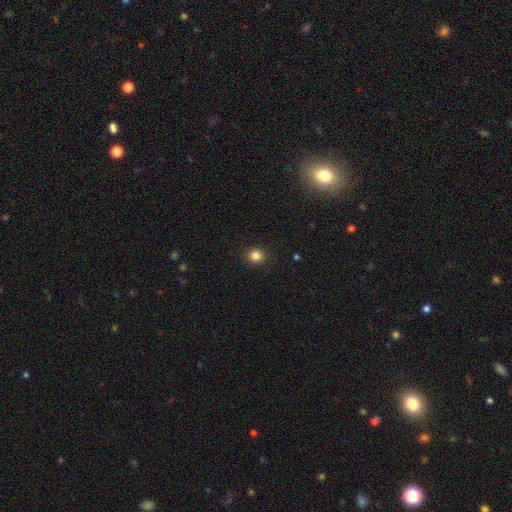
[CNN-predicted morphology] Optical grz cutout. It shows a smooth galaxy with no disk features (84%) that is round (84%). Merging: none (91%).